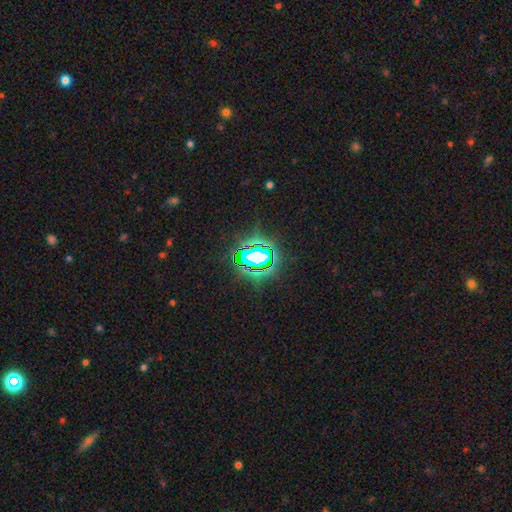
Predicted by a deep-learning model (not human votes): Overall: star or artifact (74%).